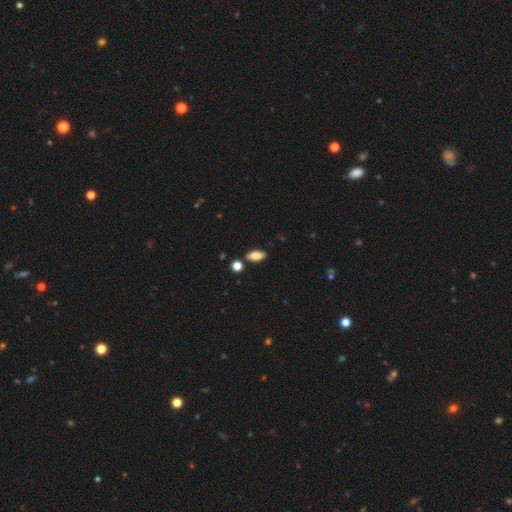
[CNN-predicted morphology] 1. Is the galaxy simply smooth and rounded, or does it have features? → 83% smooth, 9% featured or disk, 8% star or artifact.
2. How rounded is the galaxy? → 87% in between, 9% cigar-shaped, 4% round.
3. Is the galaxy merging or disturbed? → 82% none, 11% minor disturbance, 5% merger, 2% major disturbance.